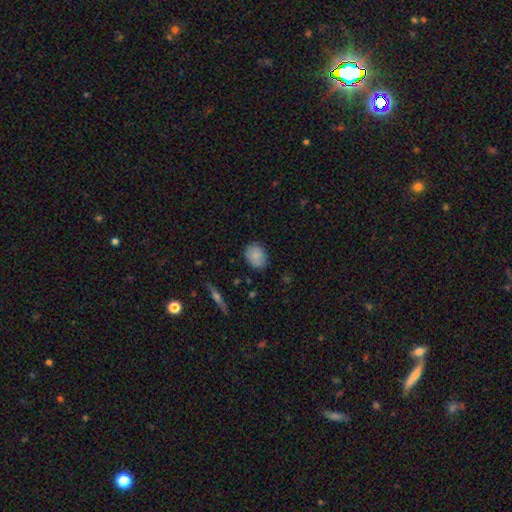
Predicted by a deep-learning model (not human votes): Overall: smooth (83%). How rounded: round (53%; in between 46%). Merging: none (83%).